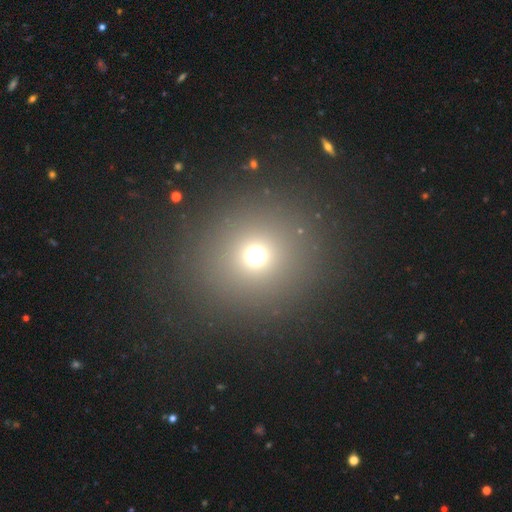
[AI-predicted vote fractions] Smooth or featured?
  - smooth: 66% *
  - star or artifact: 27%
  - featured or disk: 7%
How rounded?
  - round: 89% *
  - in between: 10%
  - cigar-shaped: 1%
Merging?
  - none: 85% *
  - minor disturbance: 7%
  - major disturbance: 5%
  - merger: 3%